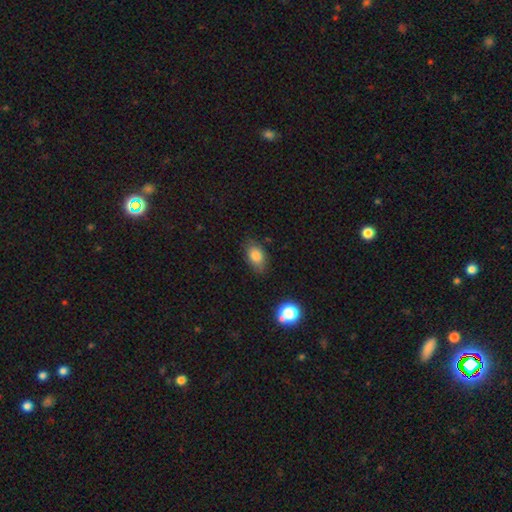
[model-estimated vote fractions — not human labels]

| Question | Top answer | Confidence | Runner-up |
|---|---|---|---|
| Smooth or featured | smooth | 81% | star or artifact (10%) |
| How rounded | in between | 84% | round (13%) |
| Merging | none | 76% | minor disturbance (18%) |